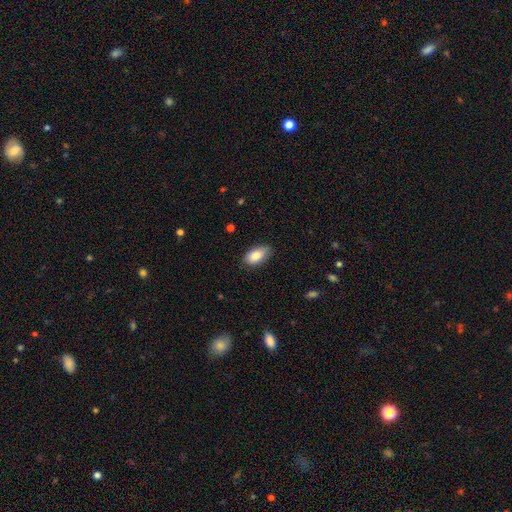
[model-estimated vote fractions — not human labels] Smooth or featured: smooth — 84% (featured or disk — 10%)
How rounded: in between — 93% (round — 4%)
Merging: none — 82% (minor disturbance — 14%)